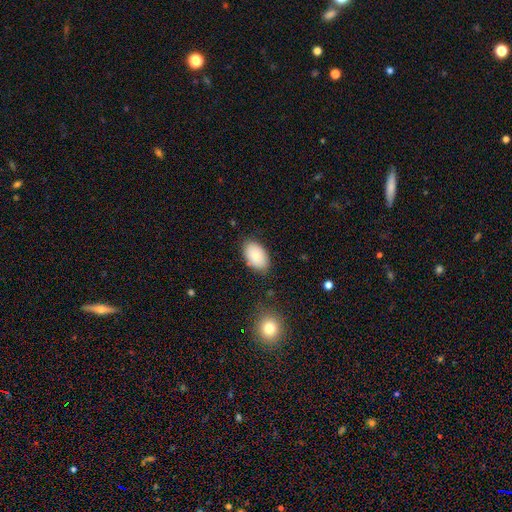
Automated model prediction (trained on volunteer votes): Smooth or featured? smooth (83%)
How rounded? in between (92%)
Merging? none (82%)